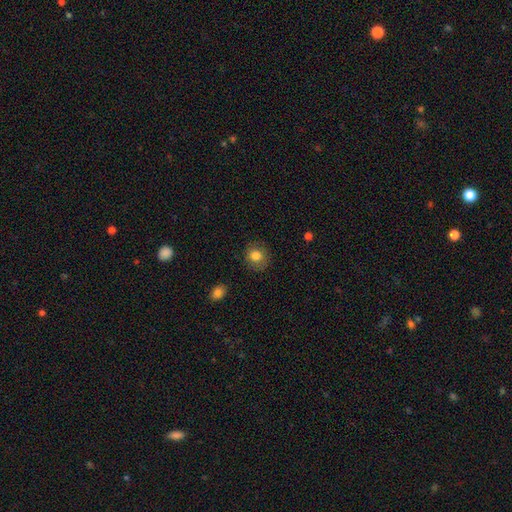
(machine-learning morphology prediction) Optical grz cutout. It shows a smooth galaxy with no disk features (81%) that is round (81%). Merging: none (85%).